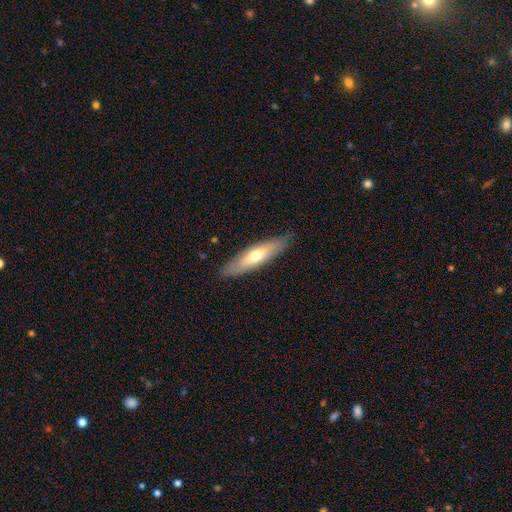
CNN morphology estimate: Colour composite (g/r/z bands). It shows a smooth galaxy with no disk features (57%) that is cigar-shaped (67%). Merging: none (86%).